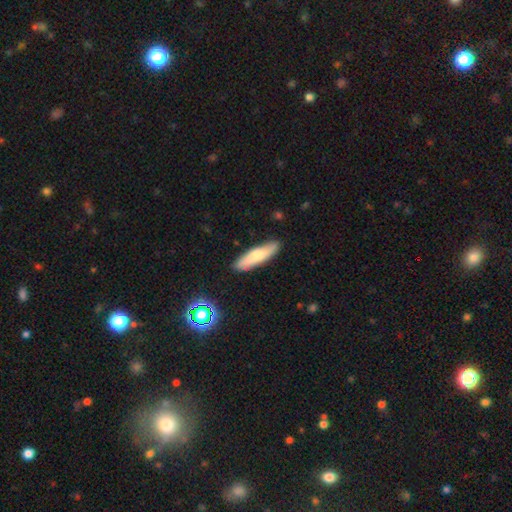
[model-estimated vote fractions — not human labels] Smooth or featured? Predicted: smooth (p=0.68). How rounded? Predicted: cigar-shaped (p=0.75). Merging? Predicted: none (p=0.88).